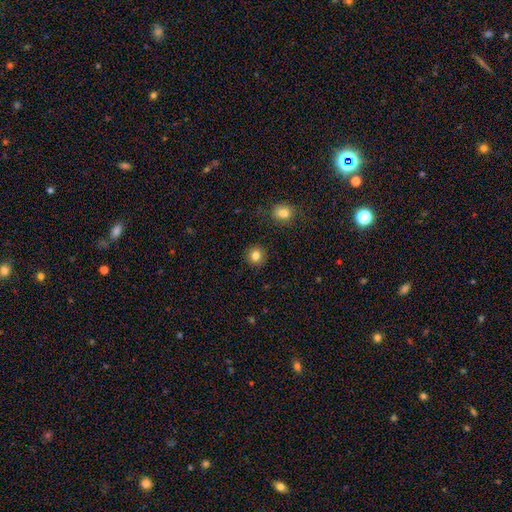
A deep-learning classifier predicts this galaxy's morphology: smooth_or_featured: smooth (p=0.83) [alt: star or artifact p=0.11]
how_rounded: round (p=0.91) [alt: in between p=0.08]
merging: none (p=0.91) [alt: minor disturbance p=0.06]